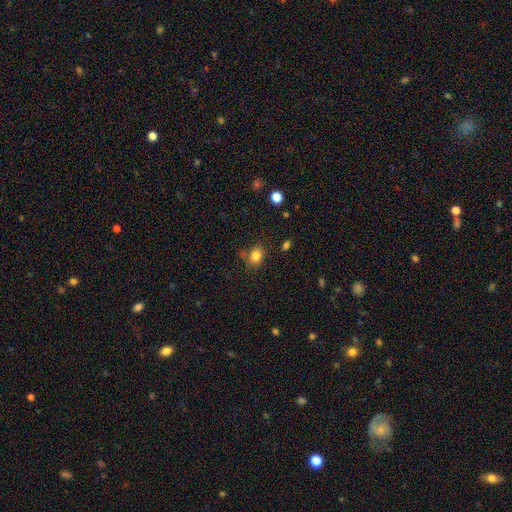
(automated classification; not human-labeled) Overall: smooth (82%). How rounded: round (63%; in between 36%). Merging: none (69%).